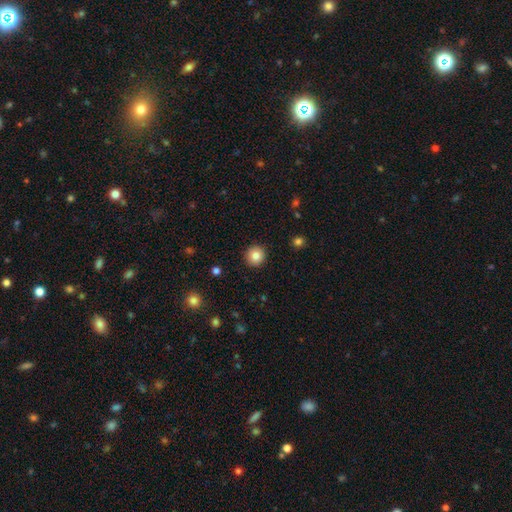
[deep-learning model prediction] smooth-or-featured: smooth: 84% | star or artifact: 10% | featured or disk: 7%
  how-rounded: round: 93% | in between: 6% | cigar-shaped: 1%
  merging: none: 92% | minor disturbance: 5% | major disturbance: 2% | merger: 1%